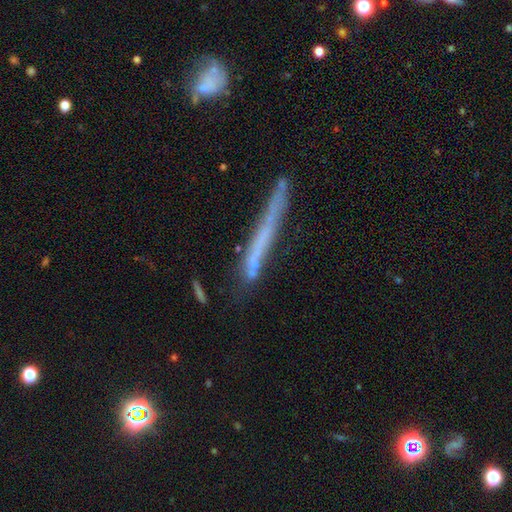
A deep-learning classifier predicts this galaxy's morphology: featured or disk 49%, smooth 41%, star or artifact 10%. Down the decision tree: merging — none (61%).